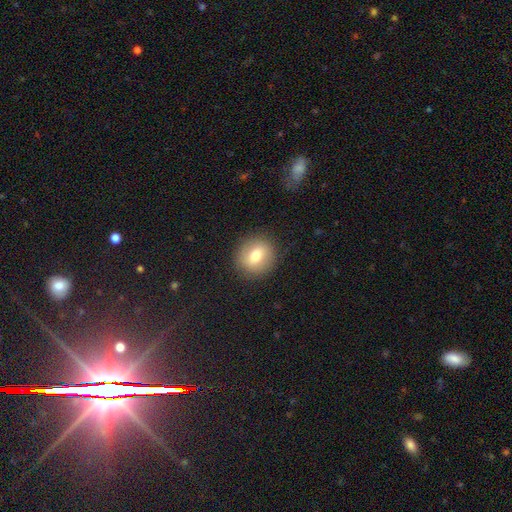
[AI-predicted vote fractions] Smooth or featured? smooth (73%)
How rounded? round (80%)
Merging? none (89%)